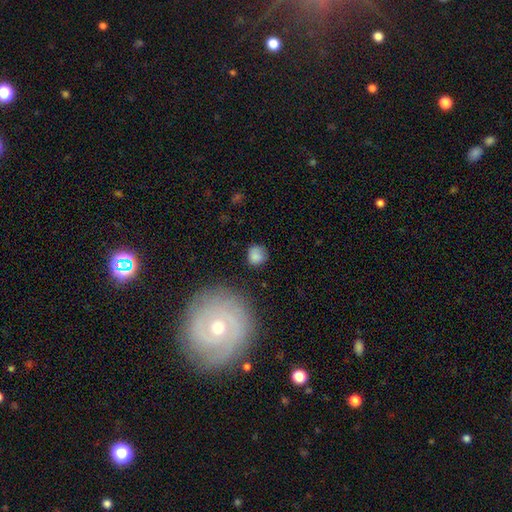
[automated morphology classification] A smooth galaxy with no disk features (82%) that is round (85%). Merging: none (73%).